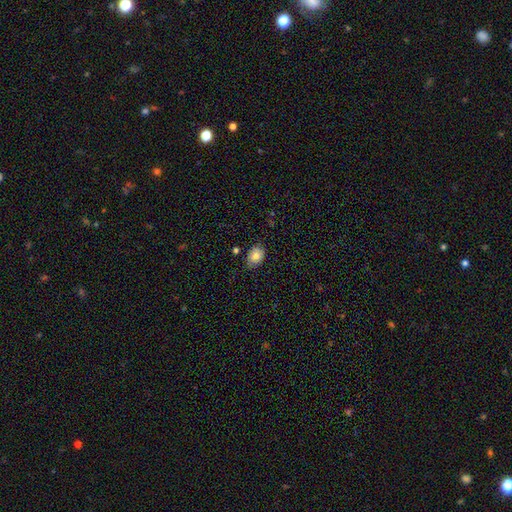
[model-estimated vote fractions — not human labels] smooth_or_featured: smooth (p=0.82) [alt: featured or disk p=0.09]
how_rounded: in between (p=0.68) [alt: round p=0.31]
merging: none (p=0.75) [alt: minor disturbance p=0.19]